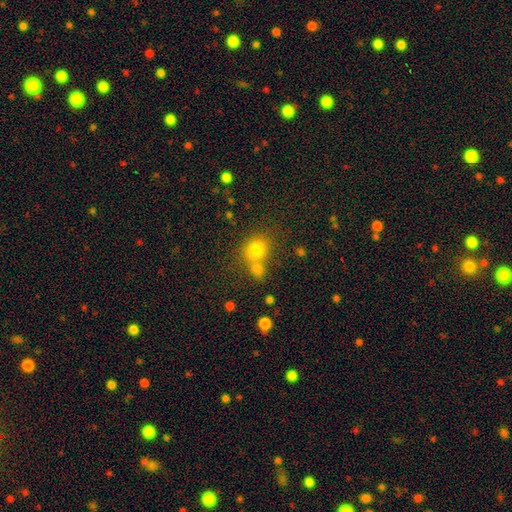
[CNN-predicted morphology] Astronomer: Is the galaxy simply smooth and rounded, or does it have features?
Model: smooth — 66%.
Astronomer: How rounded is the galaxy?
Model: round — 79%.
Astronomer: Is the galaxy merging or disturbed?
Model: none — 56% (runner-up: merger, 32%).